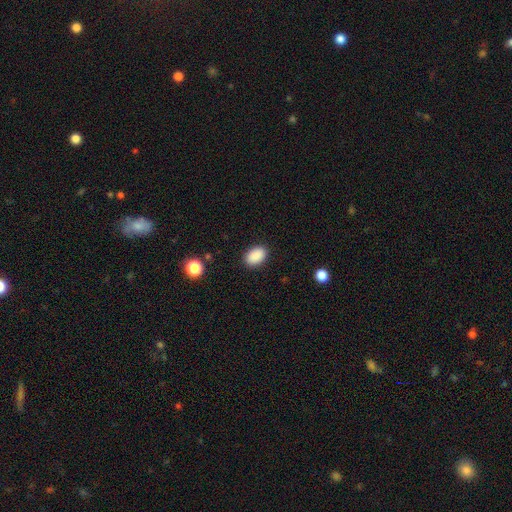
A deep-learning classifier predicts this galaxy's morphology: smooth-or-featured: smooth: 89% | star or artifact: 8% | featured or disk: 3%
  how-rounded: in between: 86% | round: 12% | cigar-shaped: 1%
  merging: none: 89% | minor disturbance: 8% | major disturbance: 2% | merger: 1%